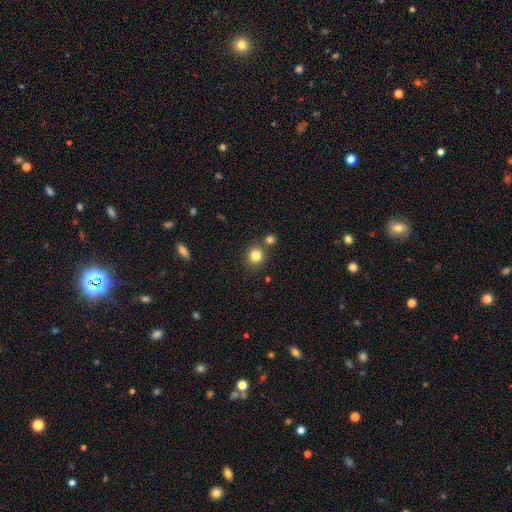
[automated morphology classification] Overall: smooth (83%). How rounded: round (89%). Merging: none (78%).